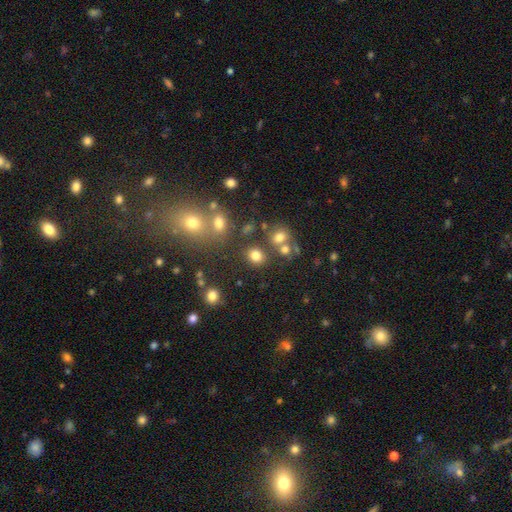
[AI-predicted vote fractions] Smooth or featured: smooth — 77% (star or artifact — 16%)
How rounded: round — 68% (in between — 31%)
Merging: none — 74% (merger — 12%)